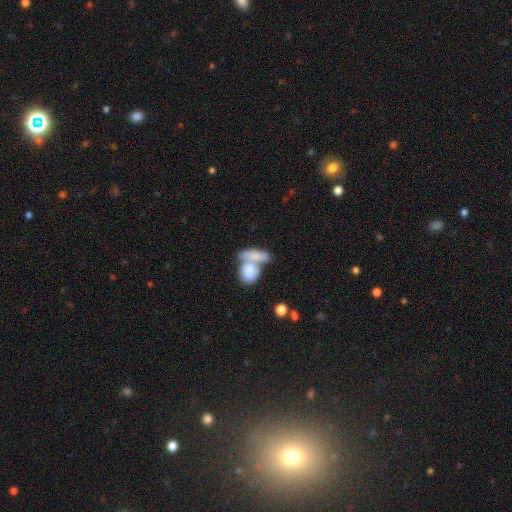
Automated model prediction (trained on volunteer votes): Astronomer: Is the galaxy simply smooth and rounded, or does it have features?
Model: smooth — 79%.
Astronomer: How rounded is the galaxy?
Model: in between — 73%.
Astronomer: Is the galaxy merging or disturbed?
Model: merger — 63%.